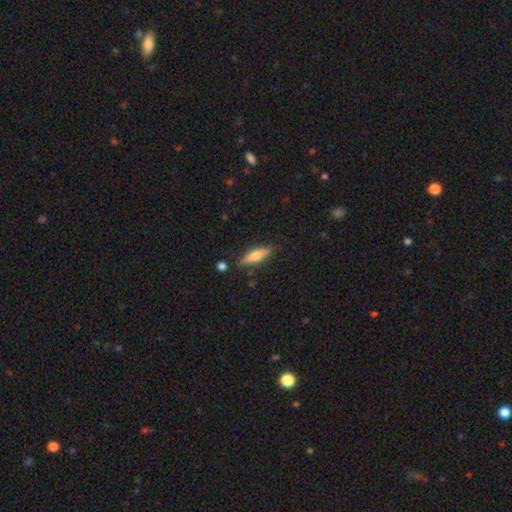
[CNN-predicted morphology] The model was most divided on "smooth or featured": smooth: 54%, featured or disk: 40%, star or artifact: 7%. More confident: merging — none (82%); how rounded — cigar-shaped (60%).